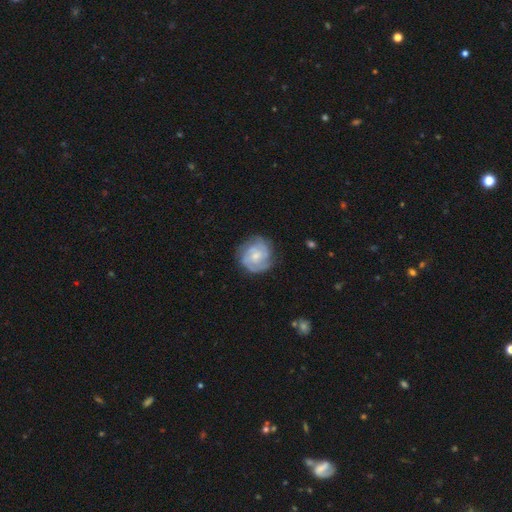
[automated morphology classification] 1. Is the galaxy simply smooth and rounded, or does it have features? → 80% featured or disk, 15% smooth, 5% star or artifact.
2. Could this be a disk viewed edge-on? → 98% no, 2% yes.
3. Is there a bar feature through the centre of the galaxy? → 64% no, 31% weak, 4% strong.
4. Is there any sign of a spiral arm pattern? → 95% yes, 5% no.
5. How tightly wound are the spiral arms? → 63% tight, 30% medium, 6% loose.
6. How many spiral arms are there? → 37% 2, 26% 3, 22% can't tell, 6% 4, 5% 1, 4% more than 4.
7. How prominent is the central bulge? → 59% small, 33% moderate, 6% none, 2% large, 1% dominant.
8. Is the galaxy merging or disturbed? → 76% none, 17% minor disturbance, 6% major disturbance, 1% merger.